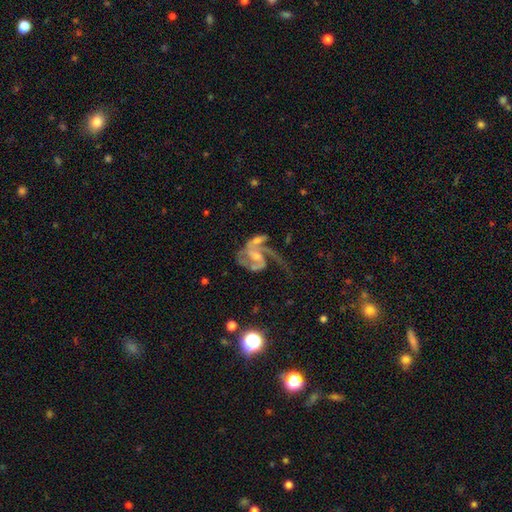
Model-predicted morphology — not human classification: Q: Smooth or featured?
A: featured or disk (87%); runner-up: star or artifact (8%)
Q: Edge-on disk?
A: no (98%); runner-up: yes (2%)
Q: Bar?
A: weak (43%); runner-up: no (39%)
Q: Spiral arms?
A: yes (95%); runner-up: no (5%)
Q: Spiral winding?
A: medium (50%); runner-up: loose (34%)
Q: Spiral arm count?
A: 2 (74%); runner-up: 1 (9%)
Q: Bulge size?
A: small (56%); runner-up: moderate (31%)
Q: Merging?
A: none (34%); runner-up: major disturbance (31%)